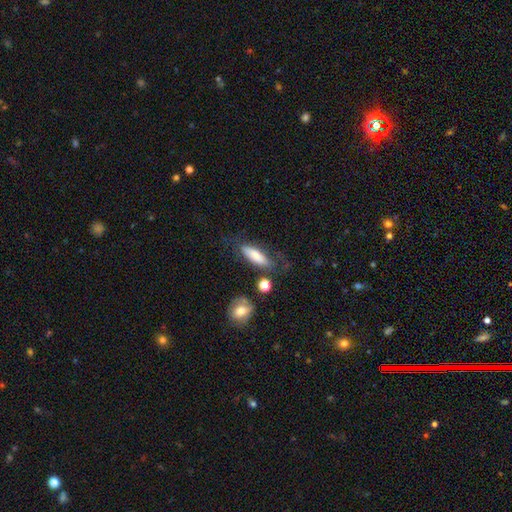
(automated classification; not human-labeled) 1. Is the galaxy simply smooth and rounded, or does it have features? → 77% smooth, 16% featured or disk, 7% star or artifact.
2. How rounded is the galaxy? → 53% in between, 44% cigar-shaped, 3% round.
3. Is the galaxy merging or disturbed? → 63% none, 21% minor disturbance, 11% major disturbance, 5% merger.